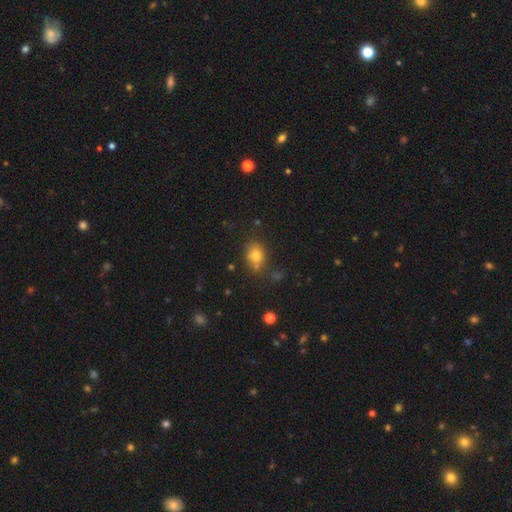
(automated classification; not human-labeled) Smooth or featured? smooth (76%)
How rounded? in between (54%)
Merging? none (62%)